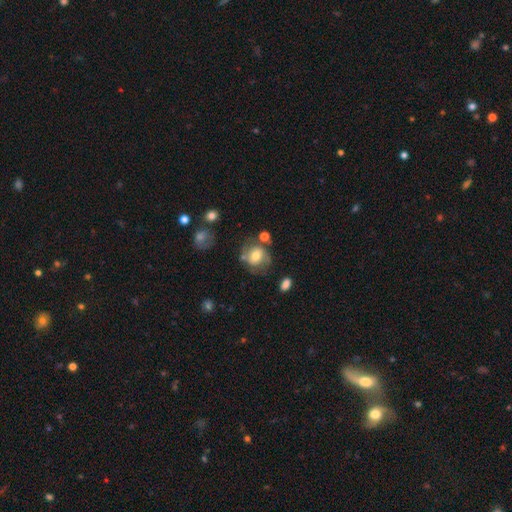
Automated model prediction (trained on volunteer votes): Smooth or featured: smooth — 51% (featured or disk — 40%)
How rounded: round — 72% (in between — 27%)
Merging: none — 60% (minor disturbance — 21%)